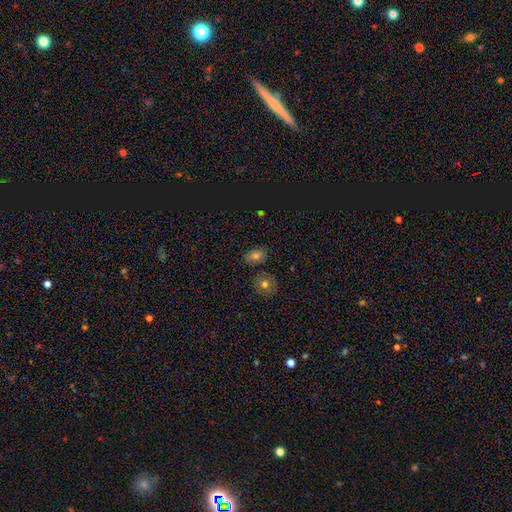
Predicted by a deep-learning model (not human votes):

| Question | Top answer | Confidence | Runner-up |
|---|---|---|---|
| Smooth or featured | smooth | 61% | star or artifact (25%) |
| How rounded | in between | 66% | round (32%) |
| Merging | none | 76% | minor disturbance (13%) |